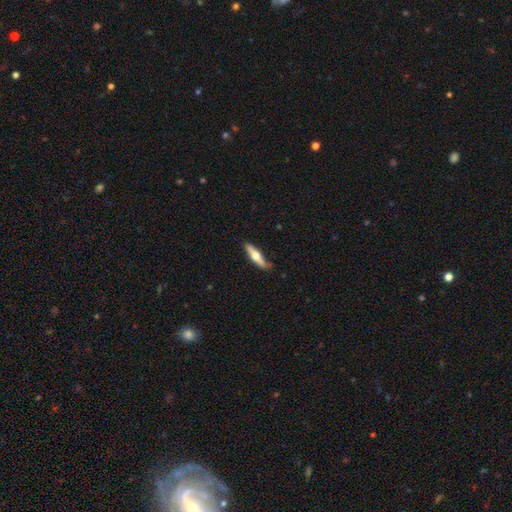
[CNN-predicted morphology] Q: Smooth or featured?
A: featured or disk (51%); runner-up: smooth (44%)
Q: Edge-on disk?
A: yes (92%); runner-up: no (8%)
Q: Merging?
A: none (82%); runner-up: minor disturbance (14%)